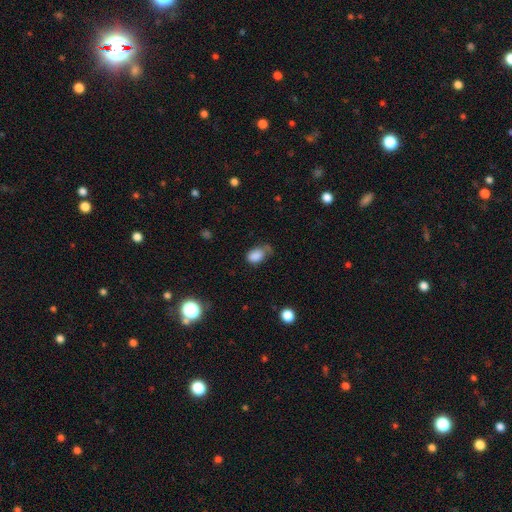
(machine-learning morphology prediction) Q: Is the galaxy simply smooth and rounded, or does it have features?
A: smooth — 84%.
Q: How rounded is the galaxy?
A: in between — 81%.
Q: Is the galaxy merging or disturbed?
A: none — 40%.